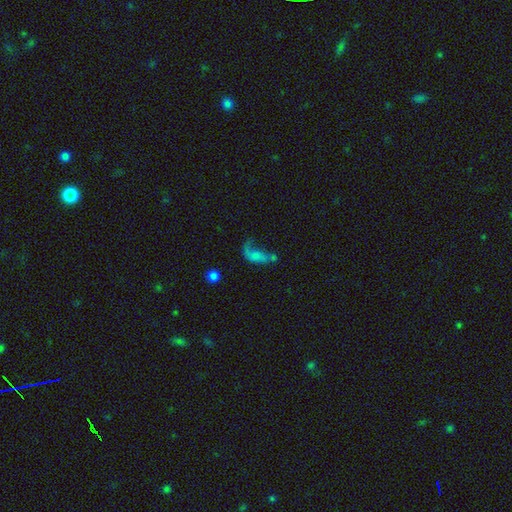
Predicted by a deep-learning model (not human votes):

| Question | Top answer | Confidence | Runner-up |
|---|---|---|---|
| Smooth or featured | smooth | 45% | featured or disk (42%) |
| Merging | major disturbance | 44% | none (23%) |